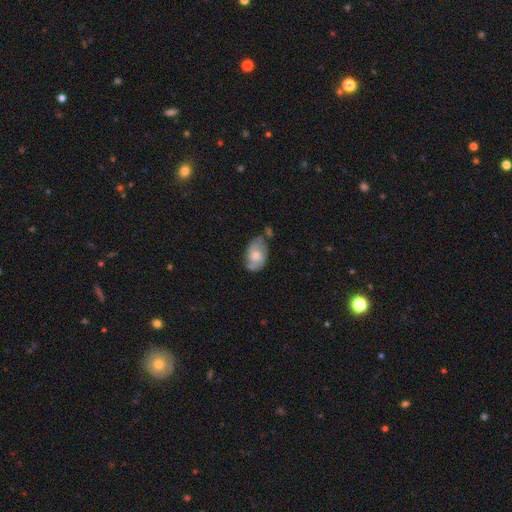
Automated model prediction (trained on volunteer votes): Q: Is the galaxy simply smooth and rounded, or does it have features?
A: featured or disk — 47%.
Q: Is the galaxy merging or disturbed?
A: none — 52%.